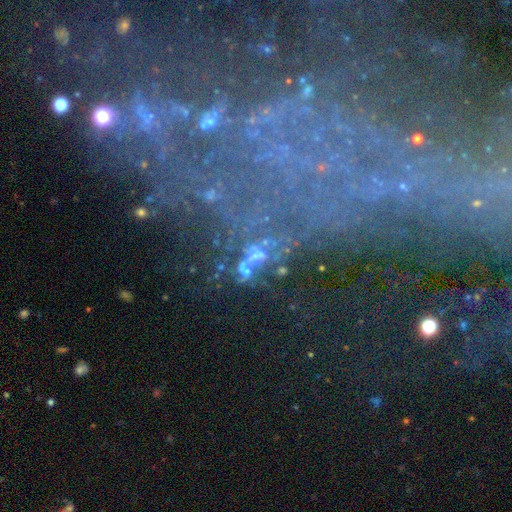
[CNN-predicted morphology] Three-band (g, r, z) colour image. It shows a star or artifact, not a galaxy (50%).